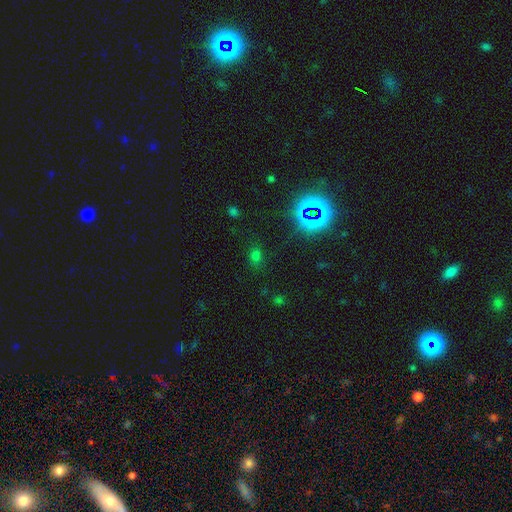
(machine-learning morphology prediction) Smooth or featured? smooth (54%)
How rounded? in between (59%)
Merging? none (77%)